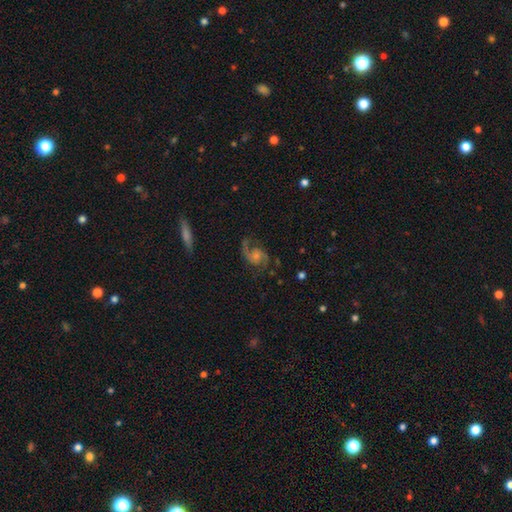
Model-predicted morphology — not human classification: Smooth or featured: featured or disk — 85% (star or artifact — 8%)
Edge-on disk: no — 97% (yes — 3%)
Bar: no — 64% (weak — 30%)
Spiral arms: yes — 97% (no — 3%)
Spiral winding: medium — 49% (loose — 38%)
Spiral arm count: 2 — 86% (1 — 8%)
Bulge size: small — 38% (moderate — 36%)
Merging: none — 70% (minor disturbance — 16%)